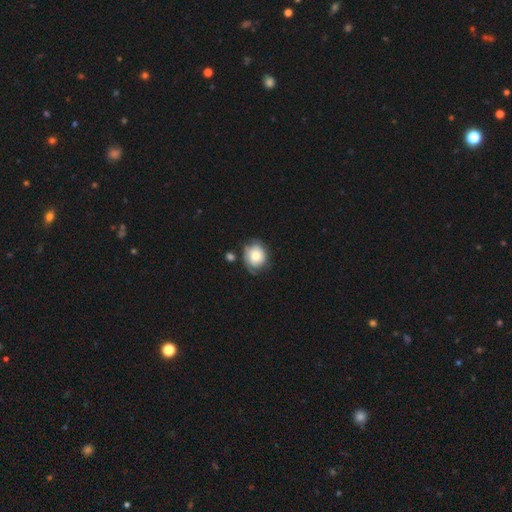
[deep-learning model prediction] Smooth or featured?
  - smooth: 62% *
  - featured or disk: 30%
  - star or artifact: 8%
How rounded?
  - round: 72% *
  - in between: 27%
  - cigar-shaped: 1%
Merging?
  - none: 59% *
  - minor disturbance: 26%
  - major disturbance: 9%
  - merger: 6%